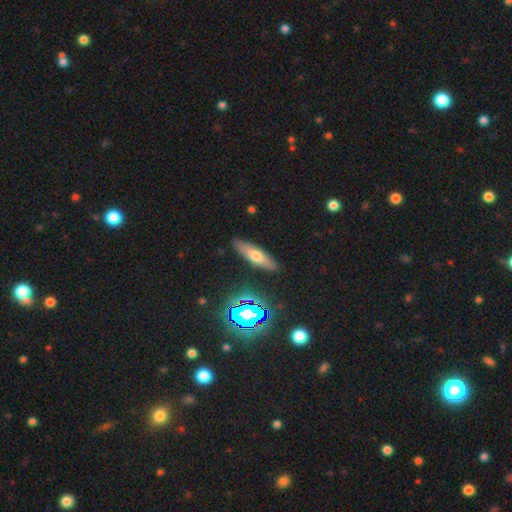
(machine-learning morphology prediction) Smooth or featured: smooth — 54% (featured or disk — 34%)
How rounded: cigar-shaped — 63% (in between — 34%)
Merging: none — 88% (minor disturbance — 9%)